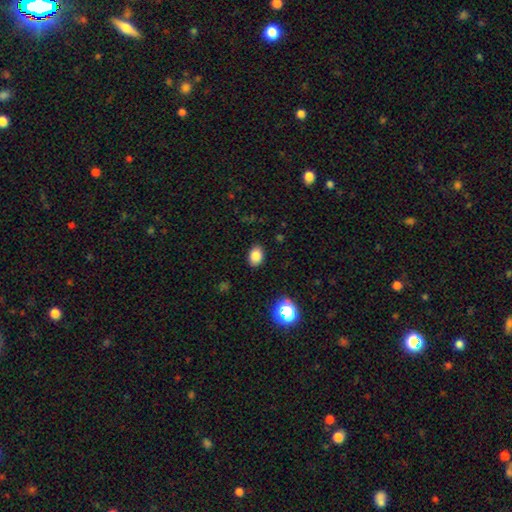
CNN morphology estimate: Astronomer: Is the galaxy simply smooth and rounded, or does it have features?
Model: smooth — 82%.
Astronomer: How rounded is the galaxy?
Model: in between — 76%.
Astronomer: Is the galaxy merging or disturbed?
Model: none — 88%.